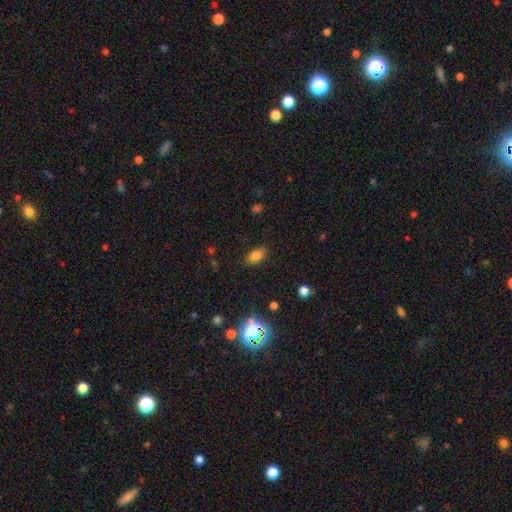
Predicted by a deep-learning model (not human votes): The model was most divided on "smooth or featured": smooth: 81%, star or artifact: 13%, featured or disk: 6%. More confident: how rounded — in between (89%); merging — none (85%).